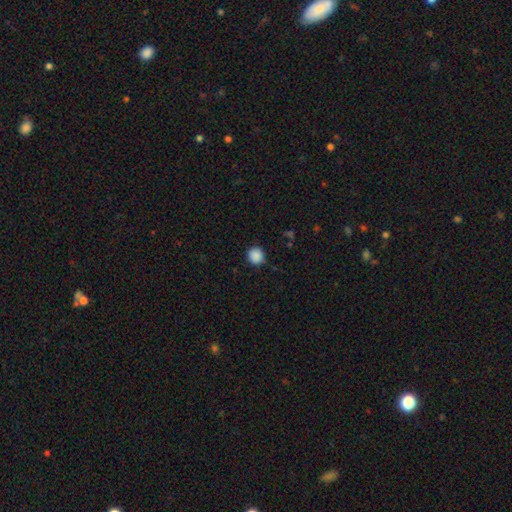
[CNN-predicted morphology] type=smooth (88%); roundness=round (88%); merging=none (85%).